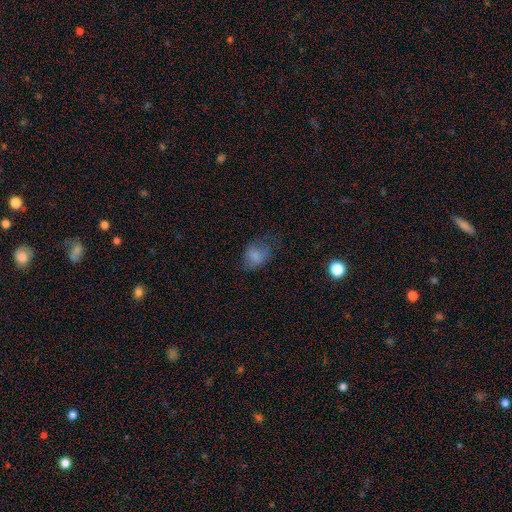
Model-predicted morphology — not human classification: A smooth galaxy with no disk features (71%) that is in between round and cigar-shaped (74%).

Vote fractions:
- Smooth or featured? smooth: 71% / featured or disk: 19% / star or artifact: 11%
- How rounded? in between: 74% / round: 24% / cigar-shaped: 1%
- Merging? none: 42% / minor disturbance: 28% / major disturbance: 27% / merger: 2%